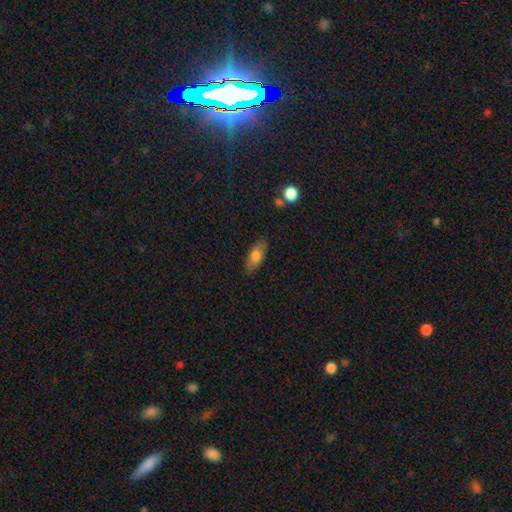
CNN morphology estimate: smooth 74%, featured or disk 19%, star or artifact 7%. Down the decision tree: how rounded — in between (81%); merging — none (84%).